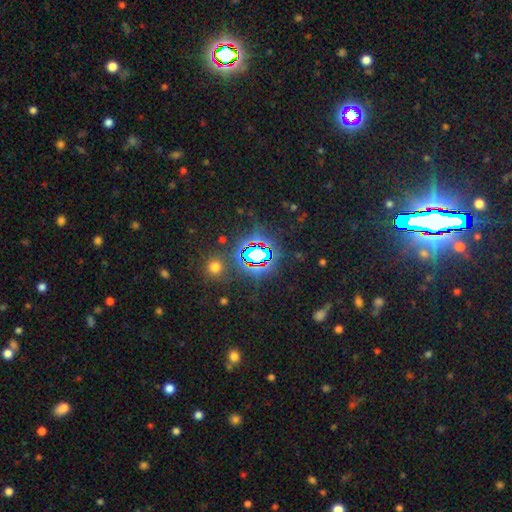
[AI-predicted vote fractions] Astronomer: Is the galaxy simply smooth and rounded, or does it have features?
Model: star or artifact — 77%.